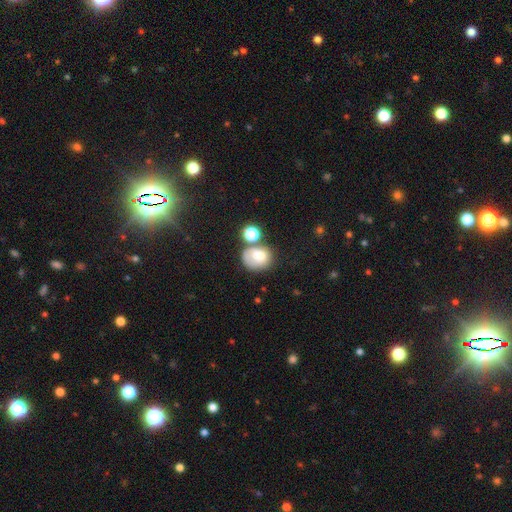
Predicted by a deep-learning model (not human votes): A smooth galaxy with no disk features (68%) that is round (60%). Merging: none (39%).